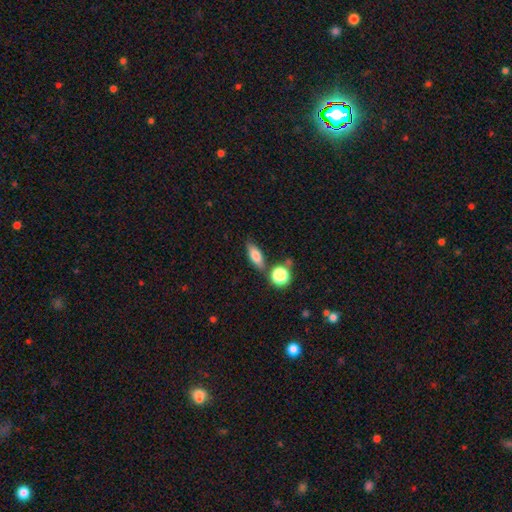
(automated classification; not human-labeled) Smooth or featured? Predicted: smooth (p=0.74). How rounded? Predicted: in between (p=0.65). Merging? Predicted: none (p=0.74).